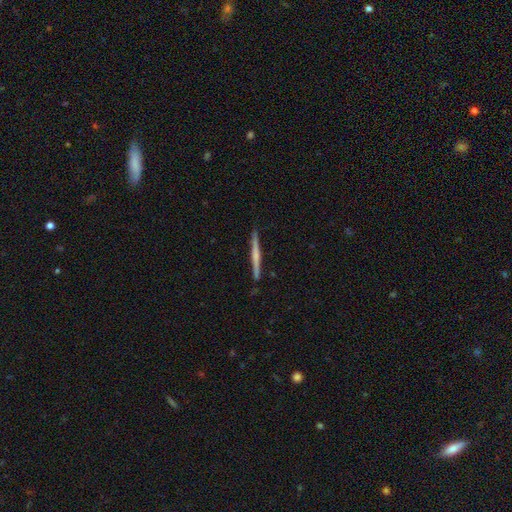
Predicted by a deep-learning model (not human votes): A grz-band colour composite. It shows a featured or disk galaxy (57%) viewed edge-on (98%) with no central bulge (57%). Merging: none (91%).